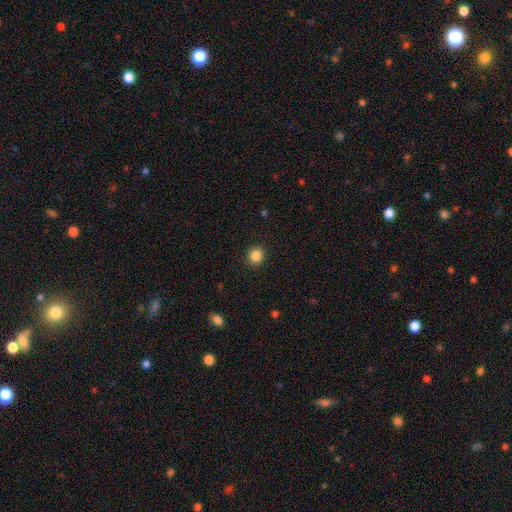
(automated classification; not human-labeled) Smooth or featured? Predicted: smooth (p=0.85). How rounded? Predicted: round (p=0.90). Merging? Predicted: none (p=0.92).